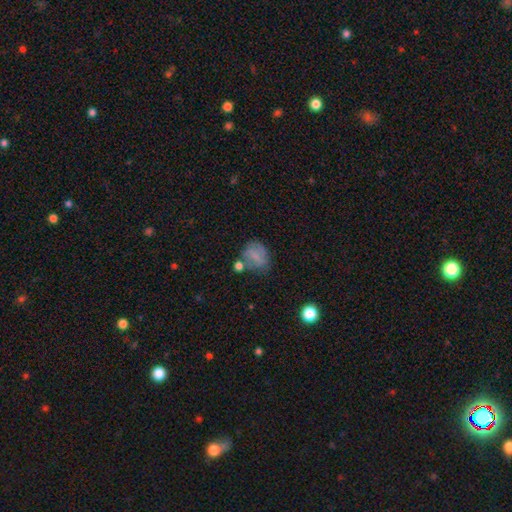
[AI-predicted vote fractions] This is likely a smooth galaxy (65%). How rounded: possibly round (51%). Merging: possibly none (49%).